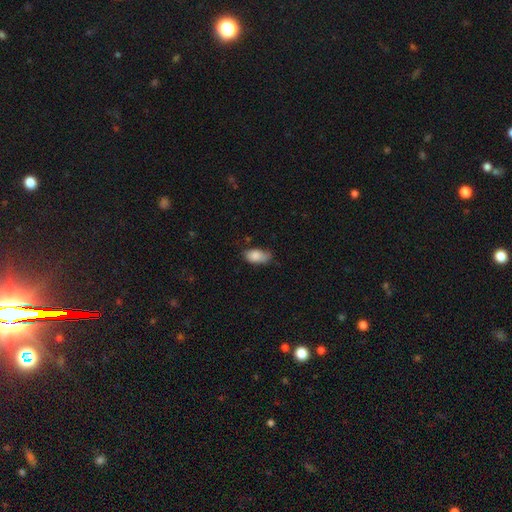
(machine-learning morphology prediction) A smooth galaxy with no disk features (84%) that is in between round and cigar-shaped (92%).

Vote fractions:
- Smooth or featured? smooth: 84% / featured or disk: 8% / star or artifact: 7%
- How rounded? in between: 92% / round: 5% / cigar-shaped: 3%
- Merging? none: 53% / minor disturbance: 36% / major disturbance: 8% / merger: 2%